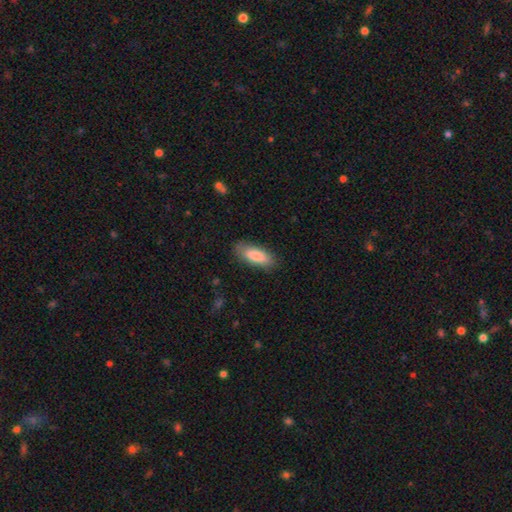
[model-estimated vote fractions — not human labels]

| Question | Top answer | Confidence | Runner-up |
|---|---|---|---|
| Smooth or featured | smooth | 84% | featured or disk (10%) |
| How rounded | in between | 71% | cigar-shaped (27%) |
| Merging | none | 84% | minor disturbance (12%) |